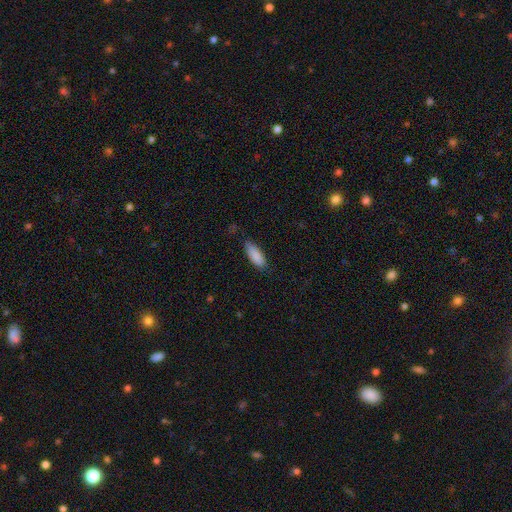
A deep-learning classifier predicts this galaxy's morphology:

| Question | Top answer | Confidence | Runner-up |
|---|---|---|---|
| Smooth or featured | smooth | 89% | star or artifact (6%) |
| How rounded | in between | 70% | cigar-shaped (28%) |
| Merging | none | 78% | minor disturbance (17%) |